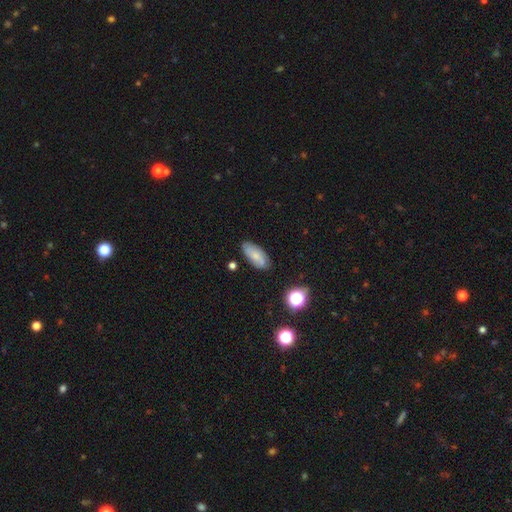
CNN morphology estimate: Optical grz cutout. It shows a smooth galaxy with no disk features (64%) that is in between round and cigar-shaped (86%). Merging: none (77%).